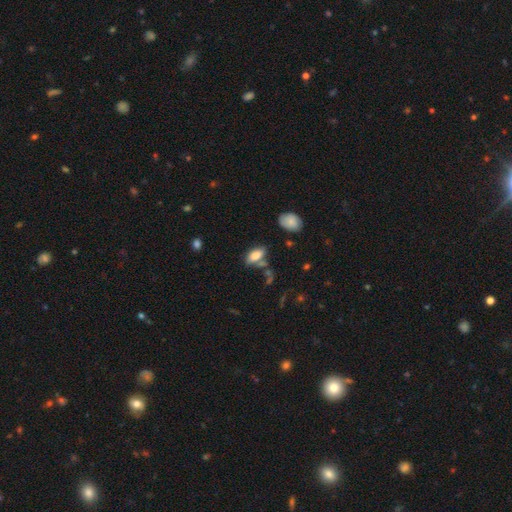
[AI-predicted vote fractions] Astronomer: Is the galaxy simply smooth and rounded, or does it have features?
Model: smooth — 80%.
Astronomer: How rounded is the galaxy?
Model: in between — 87%.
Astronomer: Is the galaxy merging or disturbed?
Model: none — 56%.